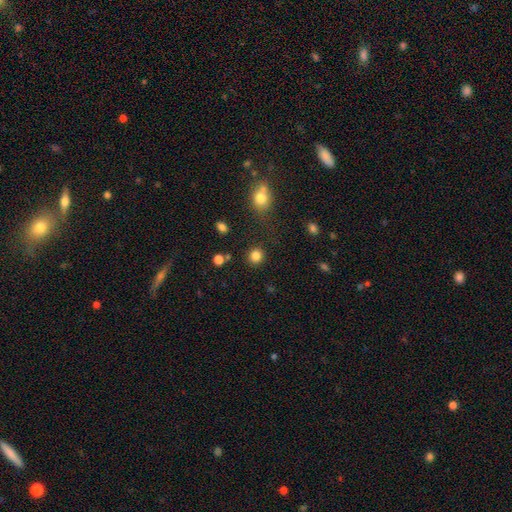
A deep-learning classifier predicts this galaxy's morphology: Smooth or featured? Predicted: smooth (p=0.84). How rounded? Predicted: round (p=0.89). Merging? Predicted: none (p=0.87).